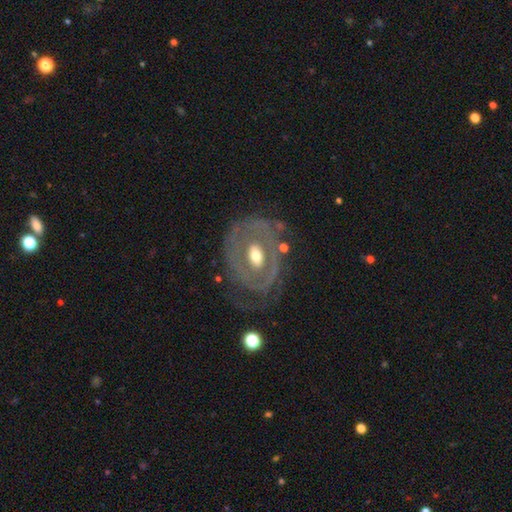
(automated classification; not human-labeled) This is likely a featured or disk galaxy (76%). It is clearly not viewed edge-on (95%). Bar: possibly no (58%). Spiral arm pattern: possibly yes (51%). Central bulge: likely moderate (67%). Merging: likely none (60%).